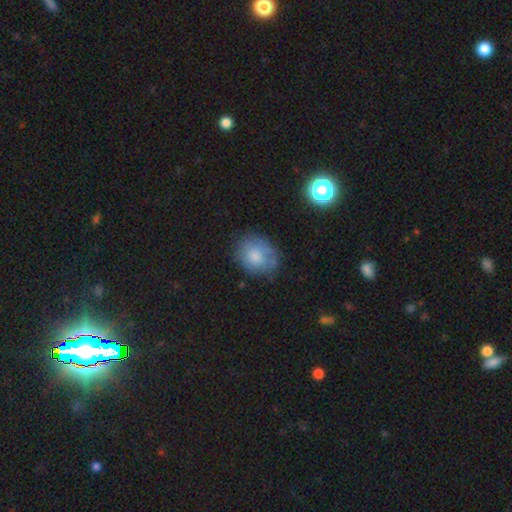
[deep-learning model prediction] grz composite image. It shows a smooth galaxy with no disk features (71%) that is round (58%). Merging: none (60%).